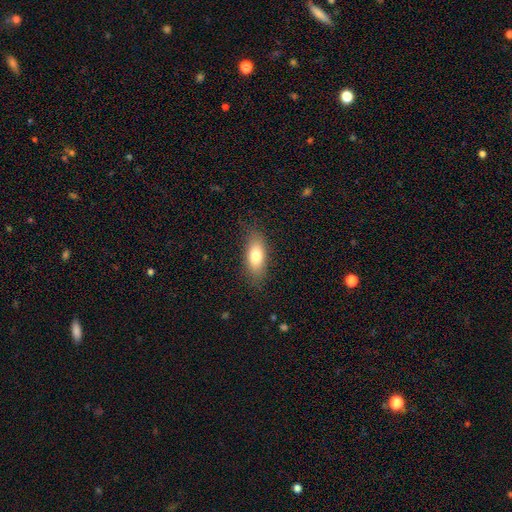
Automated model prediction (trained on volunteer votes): Overall: smooth (76%). How rounded: in between (79%). Merging: none (82%).